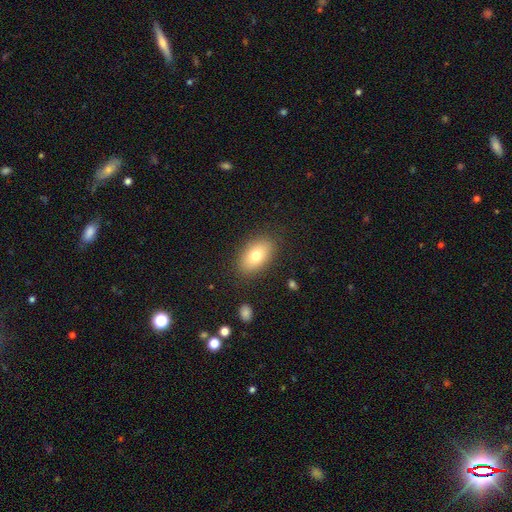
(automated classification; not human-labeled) smooth-or-featured: smooth: 76% | featured or disk: 16% | star or artifact: 8%
  how-rounded: in between: 90% | round: 8% | cigar-shaped: 2%
  merging: none: 85% | minor disturbance: 10% | major disturbance: 3% | merger: 1%